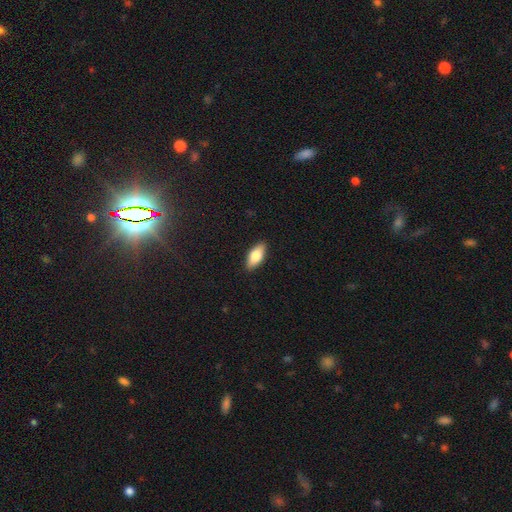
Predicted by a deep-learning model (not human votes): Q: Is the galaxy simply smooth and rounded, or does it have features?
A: smooth — 76%.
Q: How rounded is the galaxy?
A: in between — 84%.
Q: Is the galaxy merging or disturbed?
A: none — 89%.